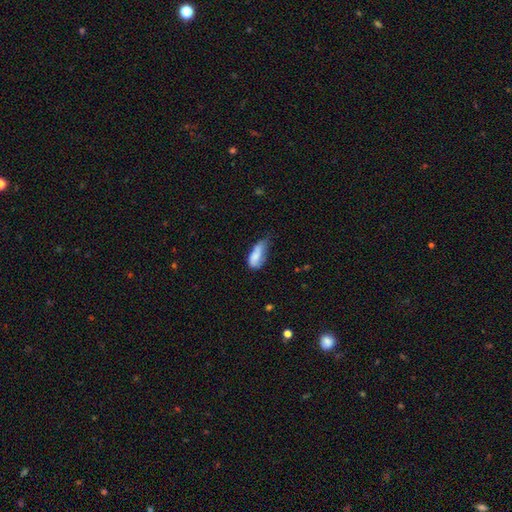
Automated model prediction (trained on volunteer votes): This appears to be a smooth galaxy with no disk features (78%) that is in between round and cigar-shaped (83%). Merging: minor disturbance (46%).